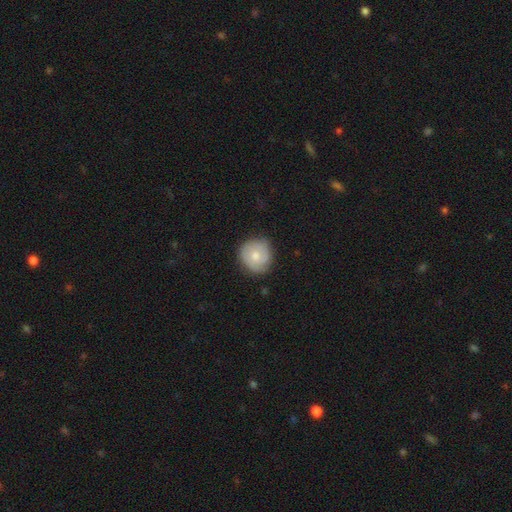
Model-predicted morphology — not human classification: This is possibly a smooth galaxy (51%). How rounded: clearly round (88%). Merging: likely none (76%).